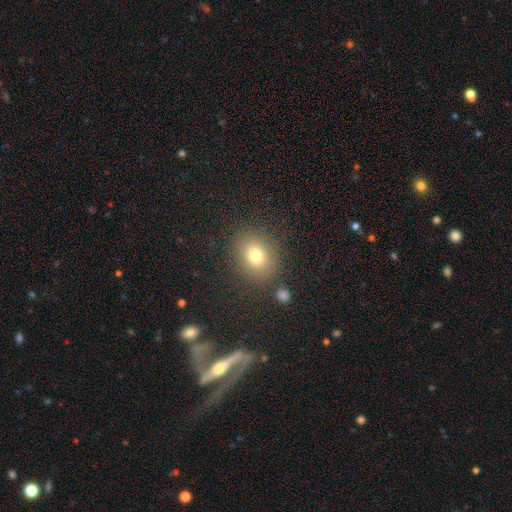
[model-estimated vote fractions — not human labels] Overall: smooth (75%). How rounded: round (61%; in between 38%). Merging: none (83%).